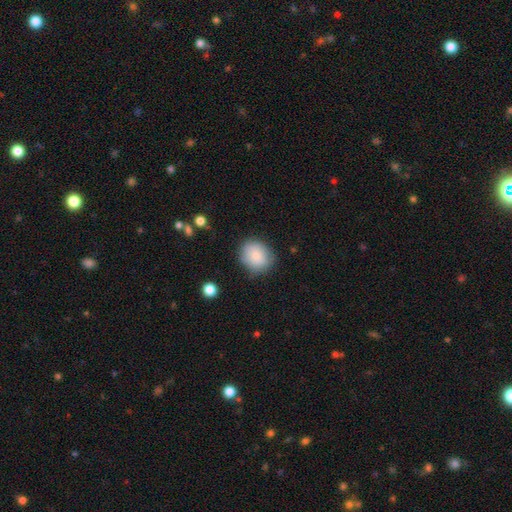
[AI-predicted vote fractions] smooth 85%, featured or disk 8%, star or artifact 8%. Down the decision tree: how rounded — round (74%); merging — none (78%).